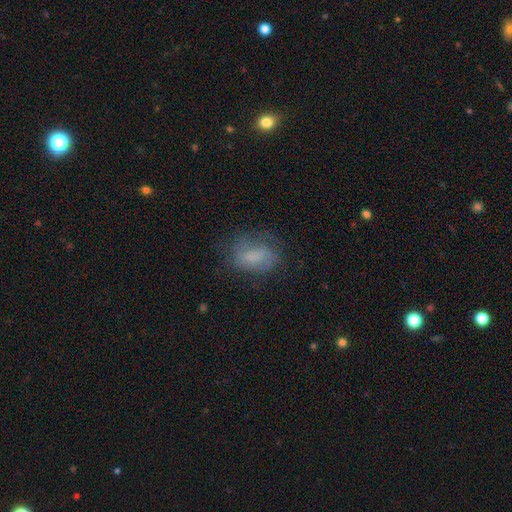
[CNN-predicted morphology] The model was most divided on "smooth or featured": smooth: 62%, featured or disk: 28%, star or artifact: 10%. More confident: how rounded — in between (82%); merging — none (59%).